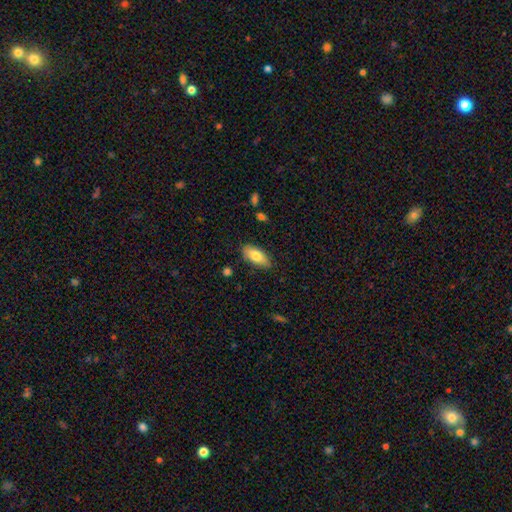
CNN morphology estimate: type=smooth (77%); roundness=in between (84%); merging=none (81%).